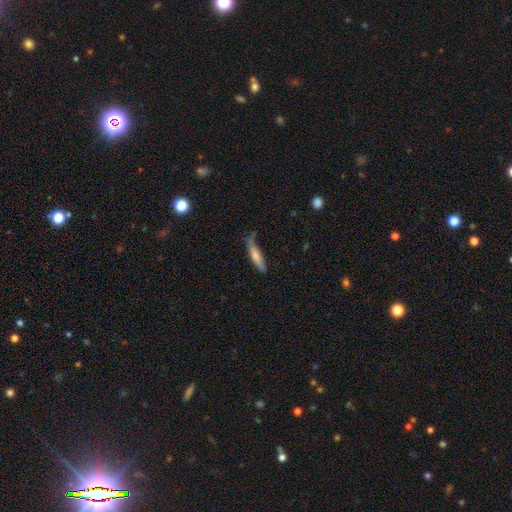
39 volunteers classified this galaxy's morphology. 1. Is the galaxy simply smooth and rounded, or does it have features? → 72% smooth, 21% featured or disk, 8% star or artifact.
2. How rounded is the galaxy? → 93% cigar-shaped, 7% in between, 0% round.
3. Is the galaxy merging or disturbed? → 47% minor disturbance, 44% none, 6% major disturbance, 3% merger.